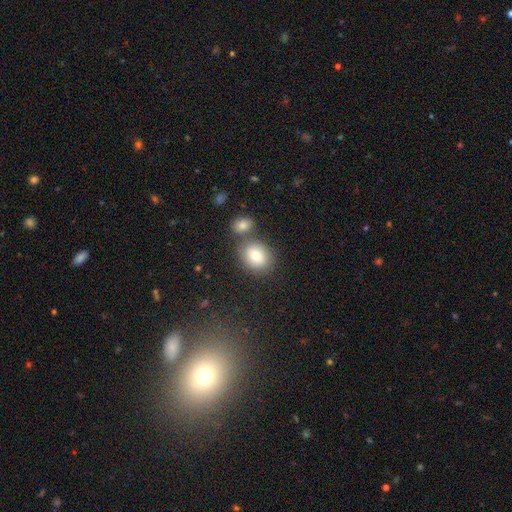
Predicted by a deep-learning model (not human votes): Morphology: type=smooth (79%); roundness=in between (50%); merging=none (66%).